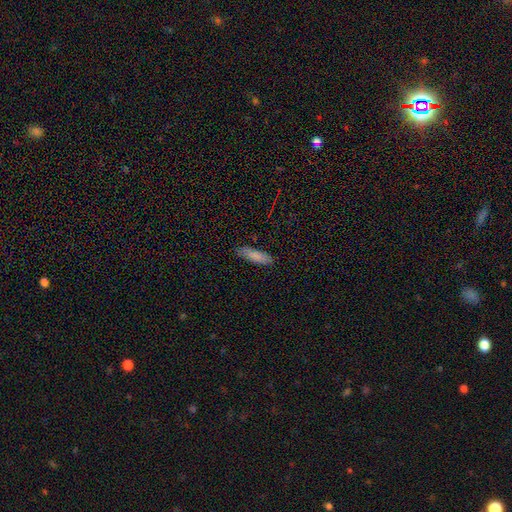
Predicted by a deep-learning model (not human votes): Smooth or featured? smooth (84%)
How rounded? cigar-shaped (58%)
Merging? none (82%)